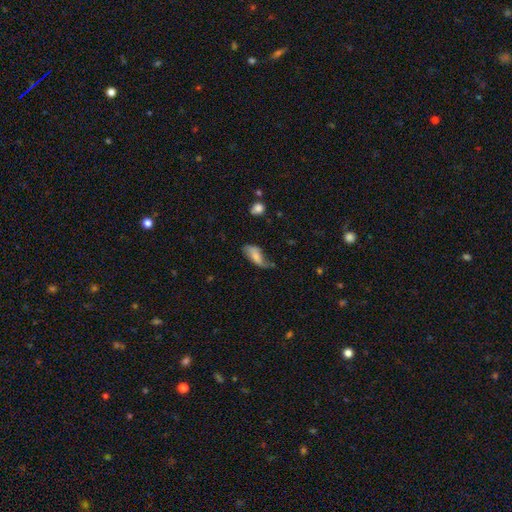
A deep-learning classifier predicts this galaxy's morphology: Smooth or featured: smooth — 62% (featured or disk — 30%)
How rounded: in between — 84% (cigar-shaped — 13%)
Merging: none — 39% (minor disturbance — 37%)